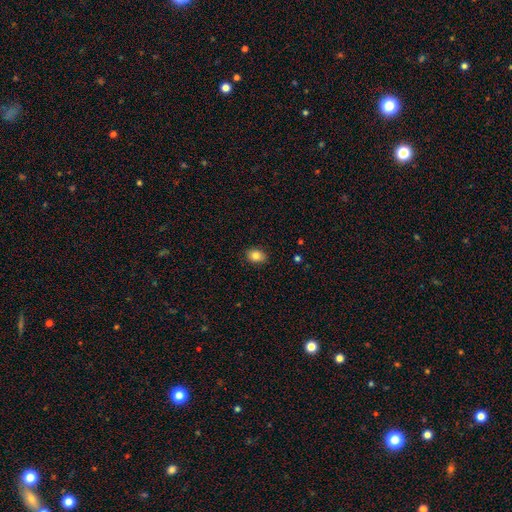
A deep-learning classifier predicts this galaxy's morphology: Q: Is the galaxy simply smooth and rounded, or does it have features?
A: smooth — 84%.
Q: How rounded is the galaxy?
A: in between — 66%.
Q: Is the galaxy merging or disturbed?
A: none — 88%.